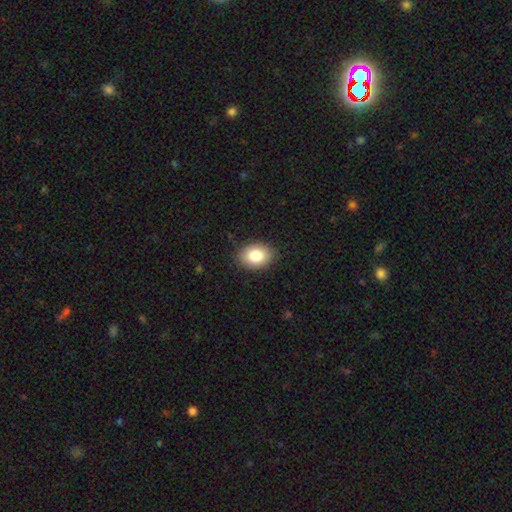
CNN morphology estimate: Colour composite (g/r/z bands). It shows a smooth galaxy with no disk features (84%) that is in between round and cigar-shaped (78%). Merging: none (88%).